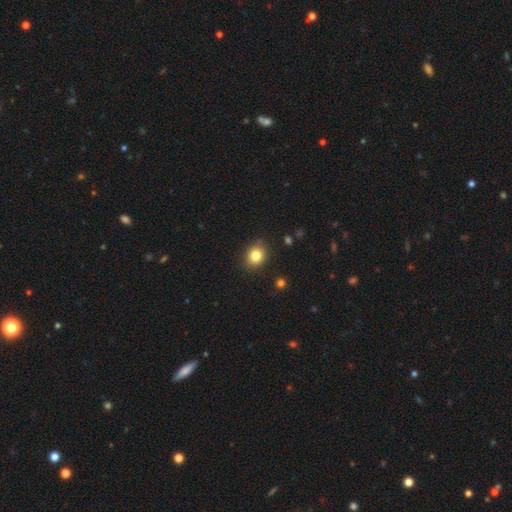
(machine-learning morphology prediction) type=smooth (83%); roundness=round (62%); merging=none (87%).